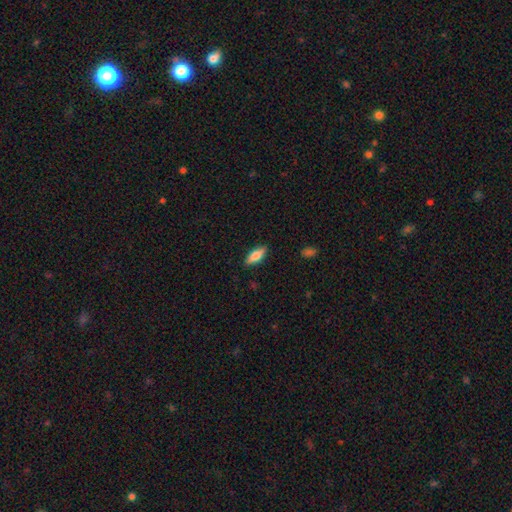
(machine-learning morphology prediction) type=smooth (72%); roundness=in between (66%); merging=none (87%).